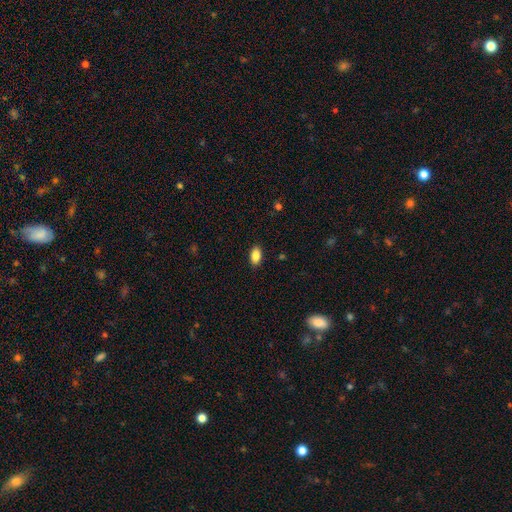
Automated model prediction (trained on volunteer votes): Smooth or featured: smooth — 88% (star or artifact — 8%)
How rounded: in between — 91% (round — 5%)
Merging: none — 88% (minor disturbance — 9%)